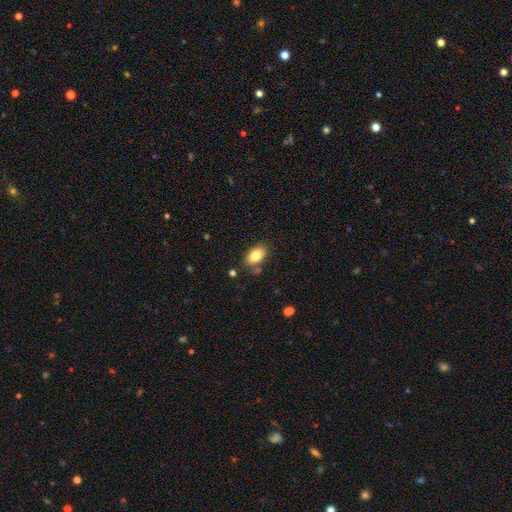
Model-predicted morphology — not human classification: The model was most divided on "merging": none: 77%, minor disturbance: 14%, merger: 6%, major disturbance: 3%. More confident: how rounded — in between (90%); smooth or featured — smooth (81%).